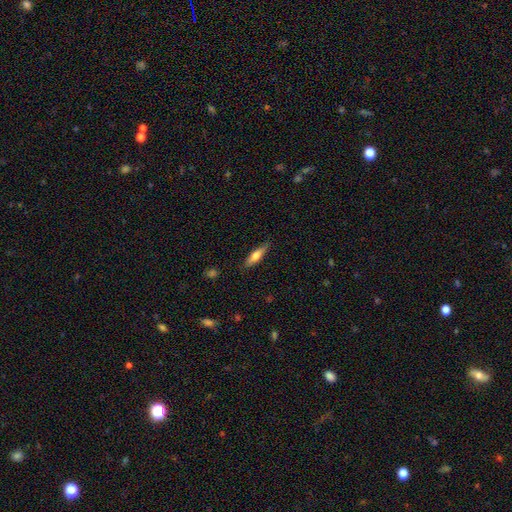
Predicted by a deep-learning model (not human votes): Smooth or featured? smooth (61%)
How rounded? cigar-shaped (66%)
Merging? none (82%)